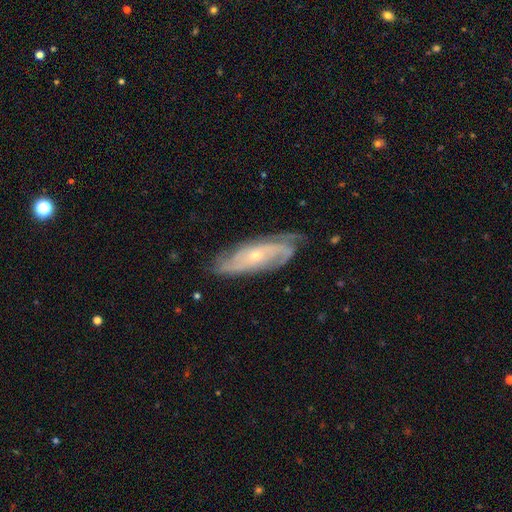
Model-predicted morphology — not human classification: This is clearly a featured or disk galaxy (84%). It is clearly not viewed edge-on (87%). Bar: likely no (71%). Spiral arm pattern: clearly yes (95%). Spiral arm count: marginally 2 (33%). Spiral winding: possibly tight (52%). Central bulge: likely small (69%). Merging: likely none (73%).